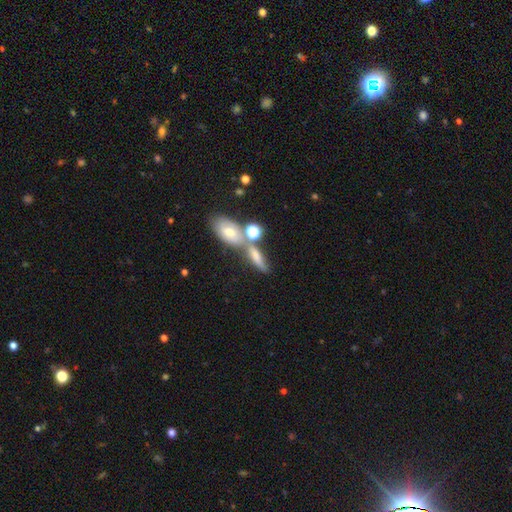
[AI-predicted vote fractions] smooth-or-featured: smooth: 64% | featured or disk: 24% | star or artifact: 11%
  how-rounded: in between: 47% | cigar-shaped: 42% | round: 11%
  merging: none: 42% | merger: 37% | minor disturbance: 14% | major disturbance: 7%